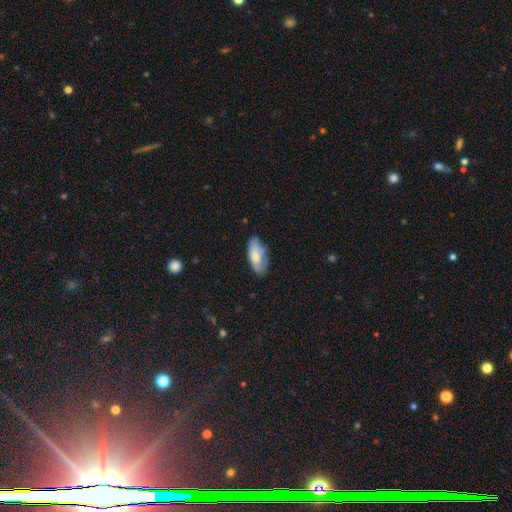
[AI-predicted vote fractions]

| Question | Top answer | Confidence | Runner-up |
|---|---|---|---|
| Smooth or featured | smooth | 70% | featured or disk (24%) |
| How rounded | in between | 88% | cigar-shaped (10%) |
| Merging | none | 65% | minor disturbance (27%) |